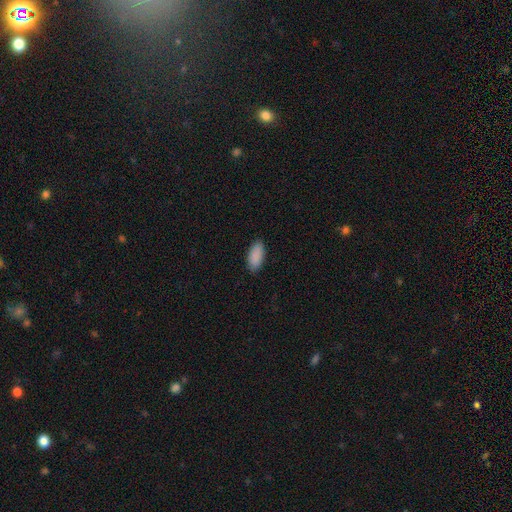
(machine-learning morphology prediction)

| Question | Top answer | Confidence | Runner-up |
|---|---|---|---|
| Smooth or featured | smooth | 90% | star or artifact (6%) |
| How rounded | in between | 90% | cigar-shaped (8%) |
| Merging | none | 87% | minor disturbance (10%) |